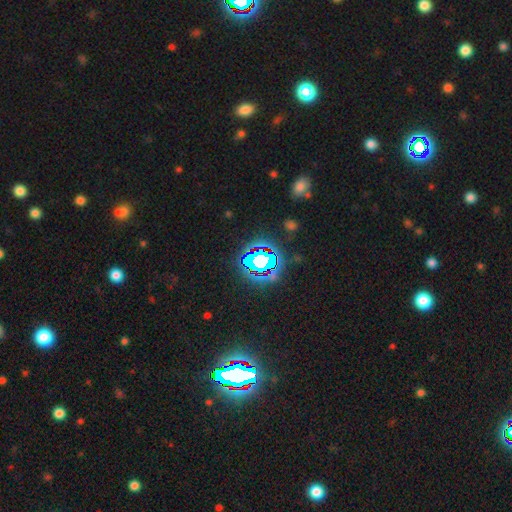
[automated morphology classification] type=star or artifact (66%).